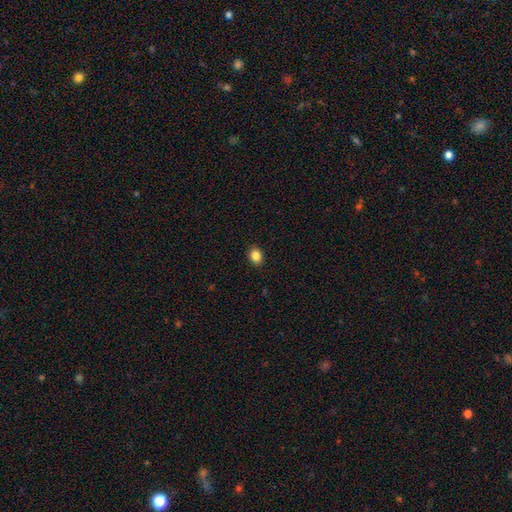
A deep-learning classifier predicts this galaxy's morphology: smooth-or-featured: smooth: 86% | star or artifact: 10% | featured or disk: 4%
  how-rounded: in between: 54% | round: 45% | cigar-shaped: 1%
  merging: none: 90% | minor disturbance: 7% | major disturbance: 2% | merger: 1%